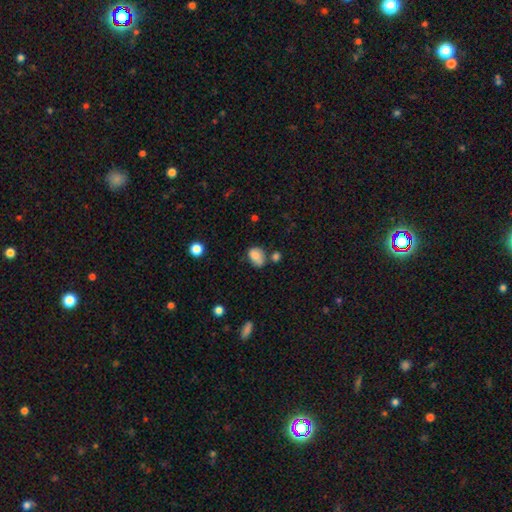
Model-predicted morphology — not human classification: The model was most divided on "merging": none: 48%, minor disturbance: 28%, merger: 15%, major disturbance: 9%. More confident: smooth or featured — smooth (81%); how rounded — in between (76%).